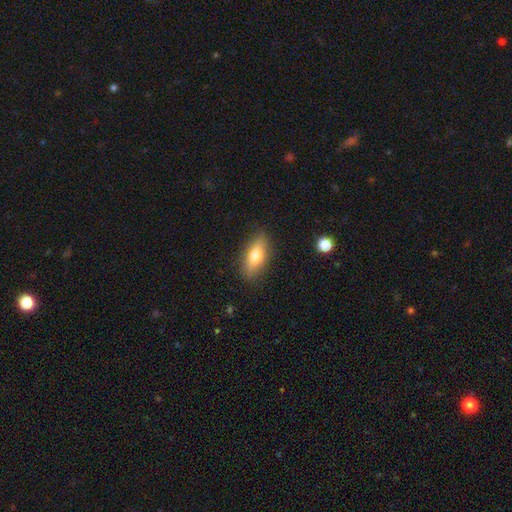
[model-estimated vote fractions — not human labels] Smooth or featured? smooth (69%)
How rounded? in between (72%)
Merging? none (86%)